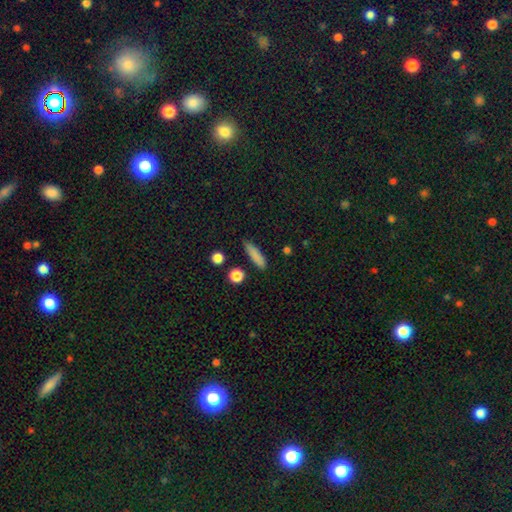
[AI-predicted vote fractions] smooth-or-featured: smooth: 82% | star or artifact: 9% | featured or disk: 9%
  how-rounded: cigar-shaped: 73% | in between: 24% | round: 4%
  merging: none: 80% | minor disturbance: 14% | major disturbance: 3% | merger: 3%